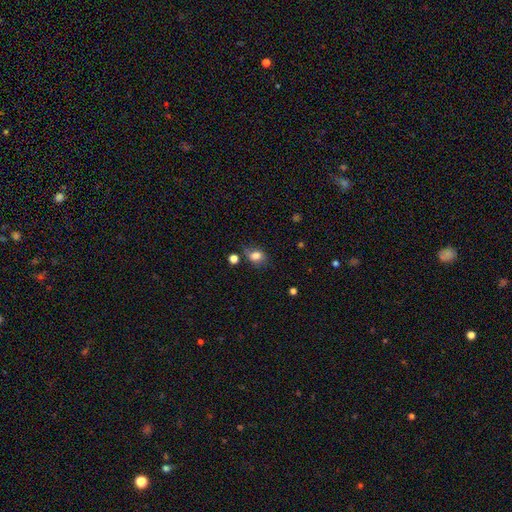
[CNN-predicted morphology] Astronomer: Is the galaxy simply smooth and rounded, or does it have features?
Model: smooth — 79%.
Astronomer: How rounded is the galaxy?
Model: in between — 61% (runner-up: round, 38%).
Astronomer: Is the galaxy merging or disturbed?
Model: none — 63%.